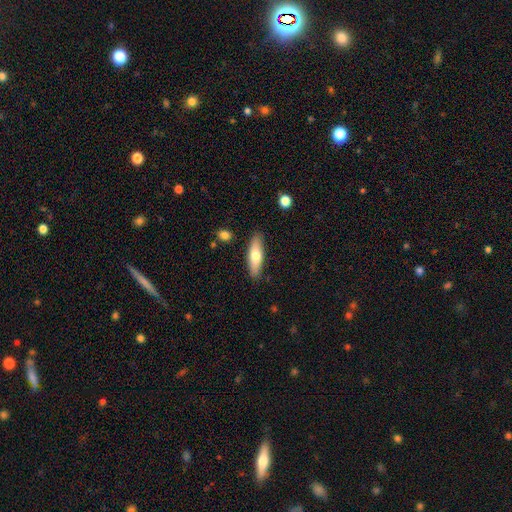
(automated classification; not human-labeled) This is likely a smooth galaxy (67%). How rounded: possibly cigar-shaped (52%). Merging: clearly none (87%).